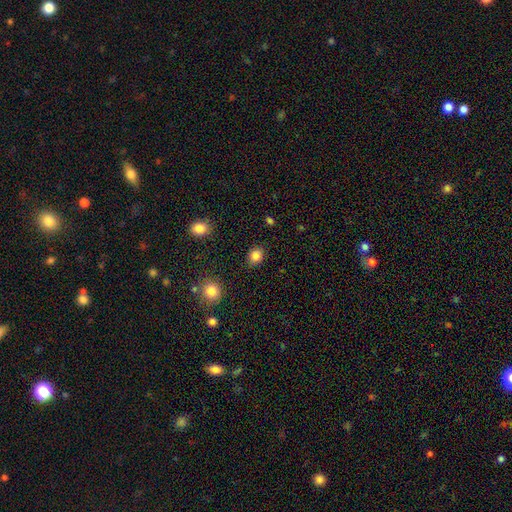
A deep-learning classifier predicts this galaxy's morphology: A smooth galaxy with no disk features (85%) that is round (60%).

Vote fractions:
- Smooth or featured? smooth: 85% / star or artifact: 10% / featured or disk: 5%
- How rounded? round: 60% / in between: 39% / cigar-shaped: 1%
- Merging? none: 86% / minor disturbance: 9% / major disturbance: 3% / merger: 2%